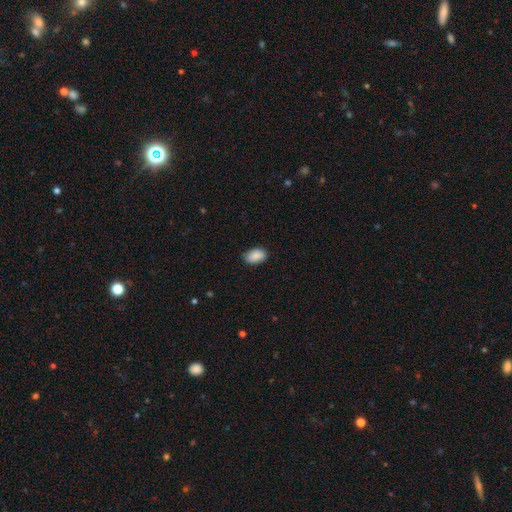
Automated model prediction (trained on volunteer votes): smooth 89%, star or artifact 7%, featured or disk 4%. Down the decision tree: how rounded — in between (92%); merging — none (84%).